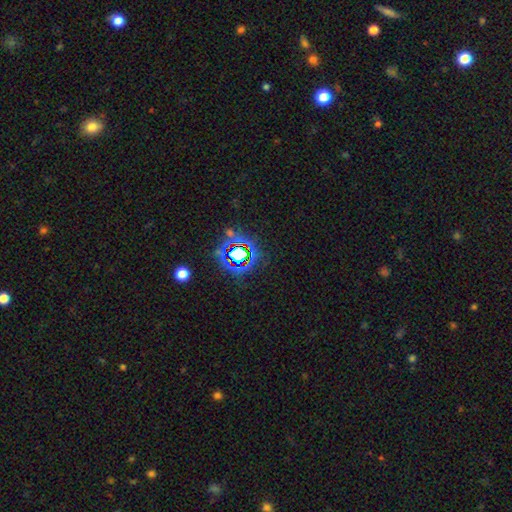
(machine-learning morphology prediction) This appears to be a star or artifact, not a galaxy (74%).